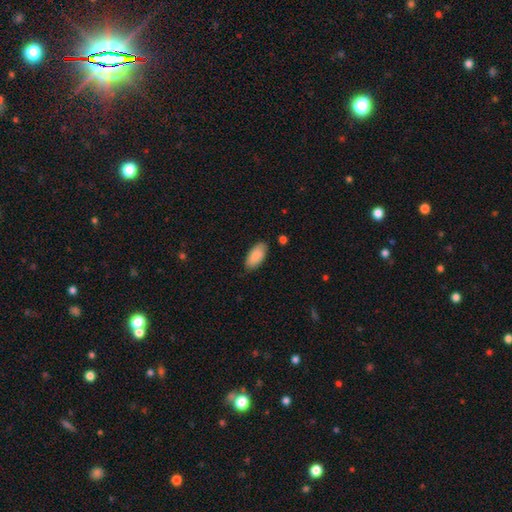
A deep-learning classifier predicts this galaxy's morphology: This appears to be a smooth galaxy with no disk features (86%) that is in between round and cigar-shaped (92%). Merging: none (81%).